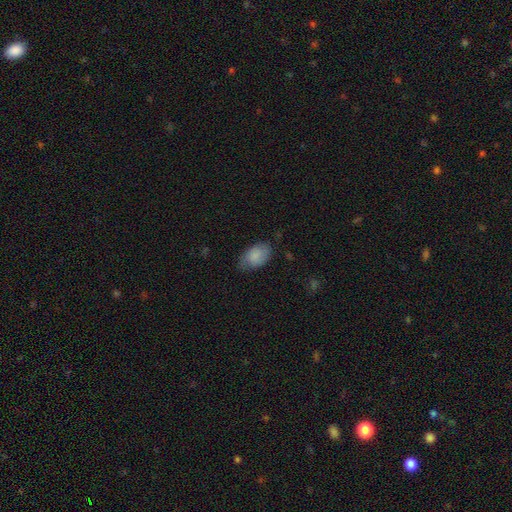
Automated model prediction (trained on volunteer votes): smooth_or_featured: smooth (p=0.82) [alt: featured or disk p=0.11]
how_rounded: in between (p=0.92) [alt: round p=0.07]
merging: none (p=0.63) [alt: minor disturbance p=0.29]